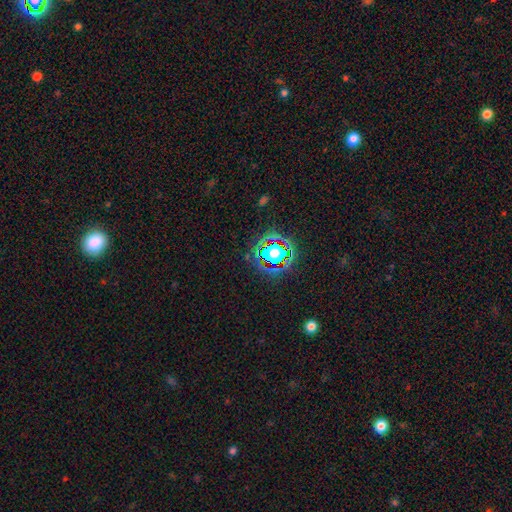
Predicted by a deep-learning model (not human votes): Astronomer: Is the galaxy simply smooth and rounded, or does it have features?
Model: star or artifact — 77%.